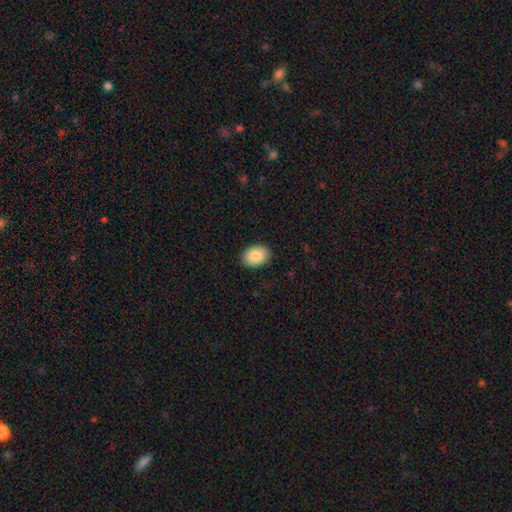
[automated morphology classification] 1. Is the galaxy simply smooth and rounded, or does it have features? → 88% smooth, 7% star or artifact, 6% featured or disk.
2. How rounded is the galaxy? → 79% in between, 20% round, 1% cigar-shaped.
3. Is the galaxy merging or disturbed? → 90% none, 8% minor disturbance, 2% major disturbance, 1% merger.